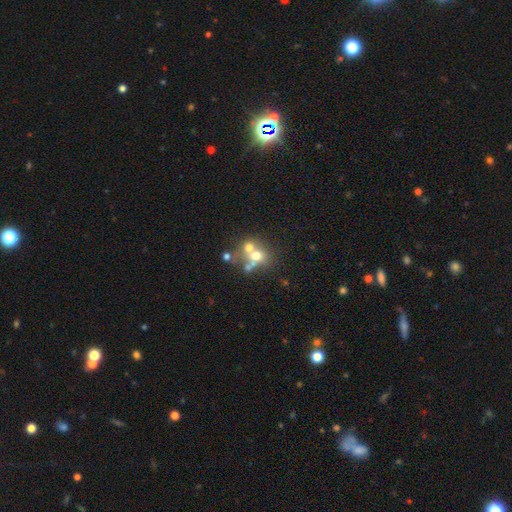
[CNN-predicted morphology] A smooth galaxy with no disk features (55%) that is round (71%). Merging: merger (54%).